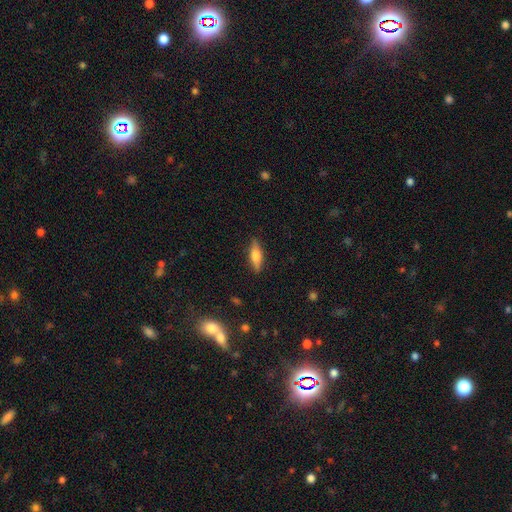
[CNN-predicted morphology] A smooth galaxy with no disk features (57%) that is cigar-shaped (54%). Merging: none (86%).